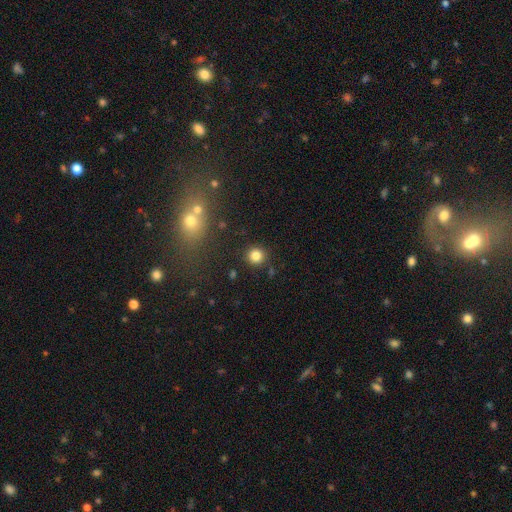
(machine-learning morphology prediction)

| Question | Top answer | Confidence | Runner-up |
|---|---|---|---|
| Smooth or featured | smooth | 83% | star or artifact (12%) |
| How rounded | round | 93% | in between (6%) |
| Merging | none | 88% | minor disturbance (6%) |